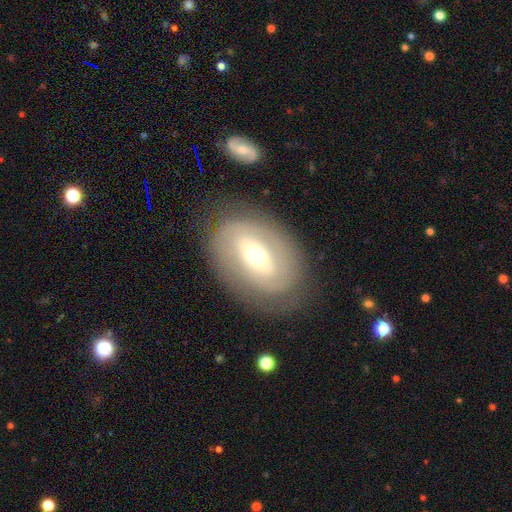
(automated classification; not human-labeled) featured or disk 69%, smooth 24%, star or artifact 7%. Down the decision tree: edge-on disk — no (94%); bar — weak (41%); spiral arms — yes (66%); bulge size — moderate (65%); merging — none (78%).